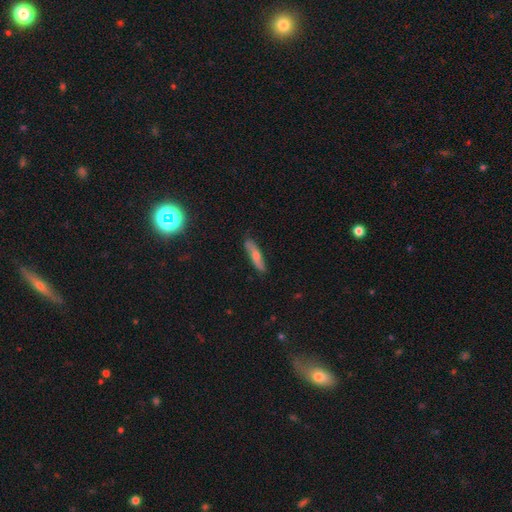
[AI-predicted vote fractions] Smooth or featured? Predicted: smooth (p=0.62). How rounded? Predicted: cigar-shaped (p=0.81). Merging? Predicted: none (p=0.81).